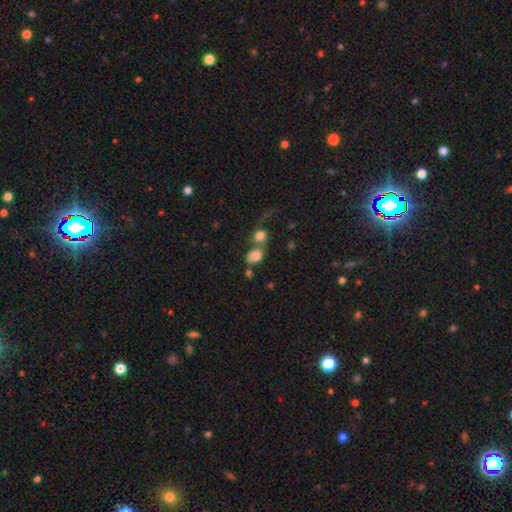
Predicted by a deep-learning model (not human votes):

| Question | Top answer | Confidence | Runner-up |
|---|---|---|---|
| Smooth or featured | smooth | 74% | featured or disk (16%) |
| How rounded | round | 53% | in between (46%) |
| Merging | merger | 65% | none (21%) |